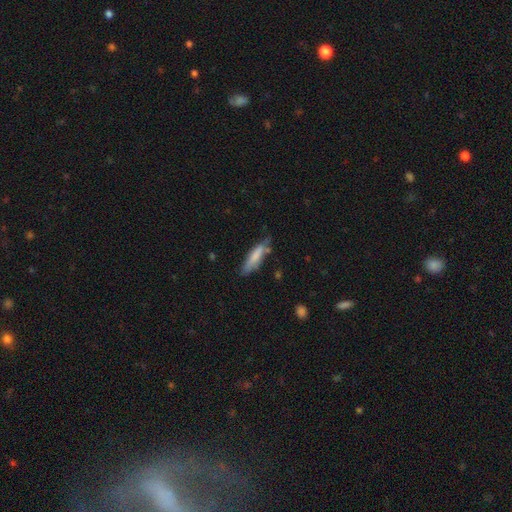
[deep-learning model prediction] A smooth galaxy with no disk features (74%) that is cigar-shaped (71%).

Vote fractions:
- Smooth or featured? smooth: 74% / featured or disk: 20% / star or artifact: 6%
- How rounded? cigar-shaped: 71% / in between: 28% / round: 1%
- Merging? none: 60% / minor disturbance: 29% / major disturbance: 7% / merger: 5%